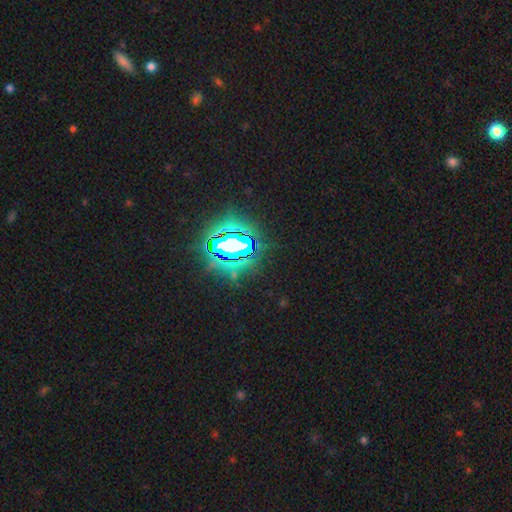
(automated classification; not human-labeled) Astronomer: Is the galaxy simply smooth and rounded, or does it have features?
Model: star or artifact — 79%.